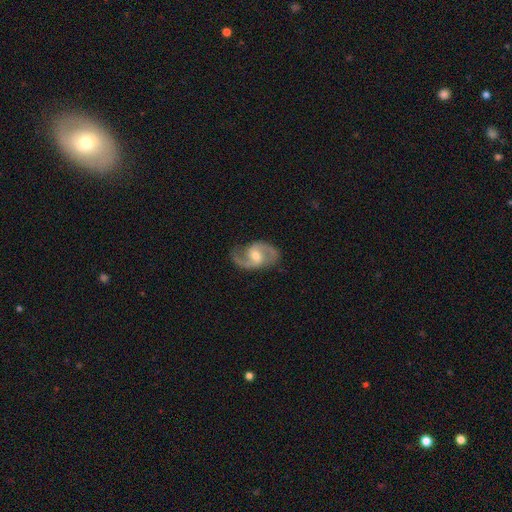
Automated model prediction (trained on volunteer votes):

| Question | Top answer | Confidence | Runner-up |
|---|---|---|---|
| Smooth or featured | featured or disk | 90% | smooth (6%) |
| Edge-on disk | no | 97% | yes (3%) |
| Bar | weak | 50% | no (35%) |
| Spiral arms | yes | 97% | no (3%) |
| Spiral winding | medium | 56% | loose (30%) |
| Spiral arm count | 2 | 93% | can't tell (2%) |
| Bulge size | moderate | 61% | small (34%) |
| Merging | none | 82% | minor disturbance (12%) |